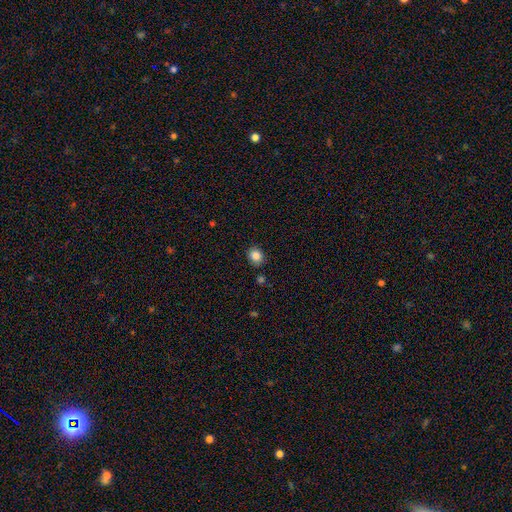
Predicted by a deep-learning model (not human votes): A smooth galaxy with no disk features (85%) that is round (64%). Merging: none (85%).